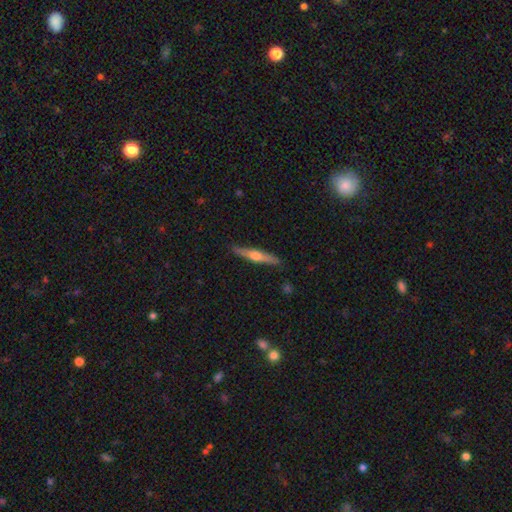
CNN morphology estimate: Smooth or featured?
  - featured or disk: 60% *
  - smooth: 34%
  - star or artifact: 6%
Edge-on disk?
  - yes: 96% *
  - no: 4%
Edge-on bulge?
  - rounded: 90% *
  - none: 6%
  - boxy: 4%
Merging?
  - none: 88% *
  - minor disturbance: 9%
  - major disturbance: 2%
  - merger: 1%